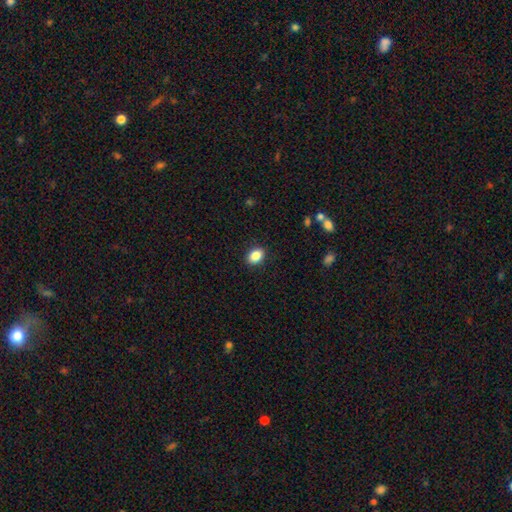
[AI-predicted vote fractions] smooth-or-featured: smooth: 87% | star or artifact: 9% | featured or disk: 4%
  how-rounded: in between: 75% | round: 24% | cigar-shaped: 1%
  merging: none: 90% | minor disturbance: 7% | major disturbance: 2% | merger: 1%